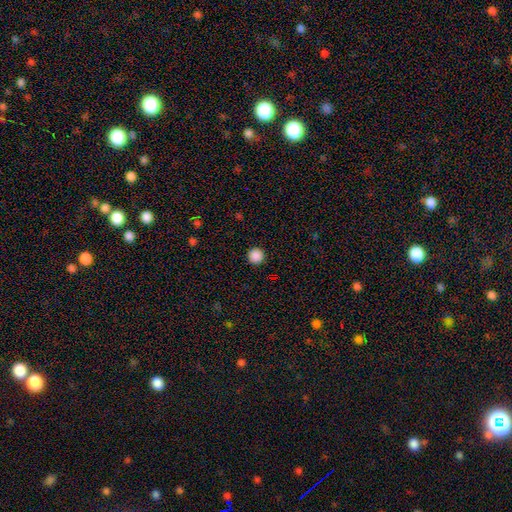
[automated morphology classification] The model was most divided on "smooth or featured": smooth: 87%, star or artifact: 10%, featured or disk: 3%. More confident: how rounded — round (97%); merging — none (93%).